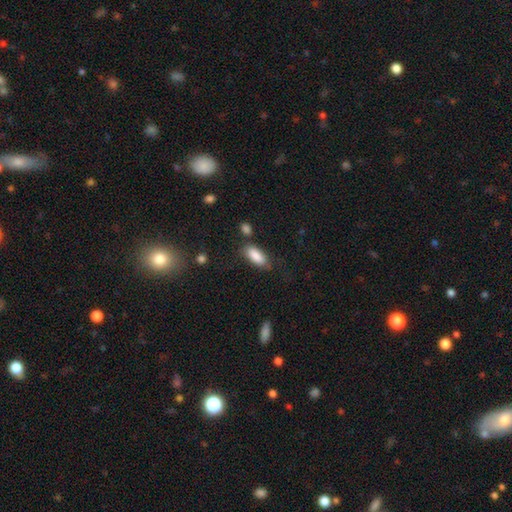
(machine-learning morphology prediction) Q: Smooth or featured?
A: smooth (86%); runner-up: featured or disk (7%)
Q: How rounded?
A: in between (81%); runner-up: cigar-shaped (17%)
Q: Merging?
A: none (67%); runner-up: minor disturbance (20%)